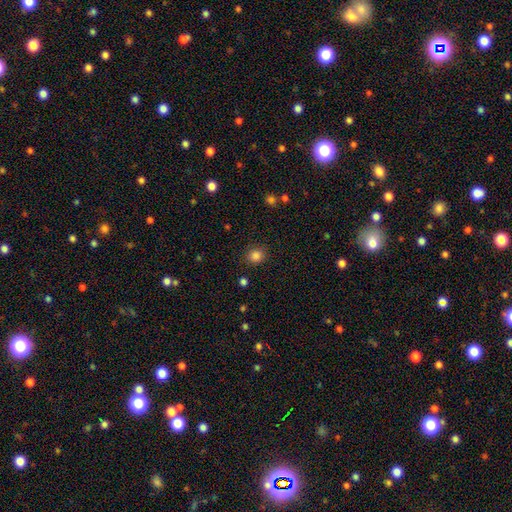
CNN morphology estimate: smooth-or-featured: smooth: 85% | star or artifact: 12% | featured or disk: 4%
  how-rounded: round: 81% | in between: 19% | cigar-shaped: 1%
  merging: none: 88% | minor disturbance: 8% | major disturbance: 3% | merger: 1%